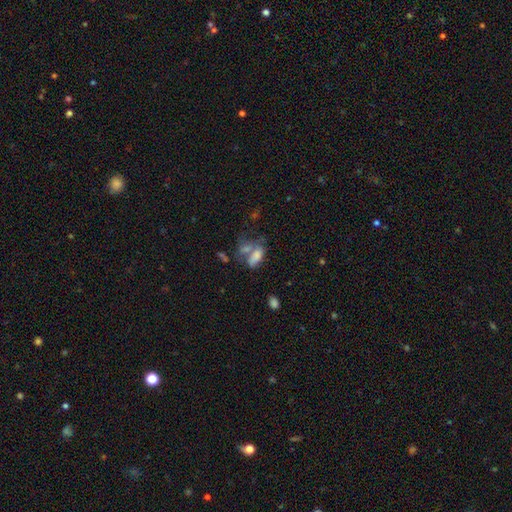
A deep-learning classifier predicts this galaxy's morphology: Smooth or featured?
  - smooth: 71% *
  - featured or disk: 18%
  - star or artifact: 11%
How rounded?
  - in between: 85% *
  - cigar-shaped: 9%
  - round: 6%
Merging?
  - merger: 46% *
  - none: 26%
  - major disturbance: 14%
  - minor disturbance: 14%